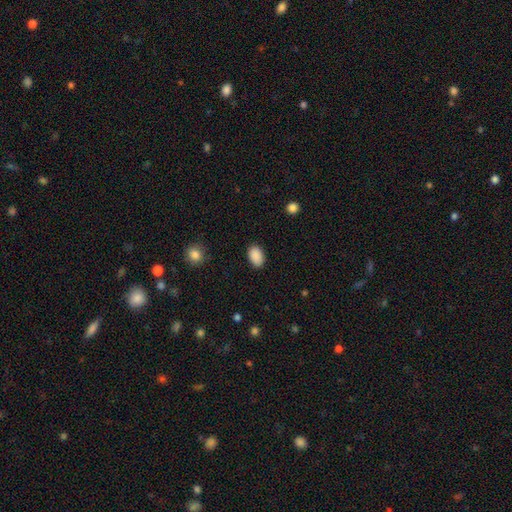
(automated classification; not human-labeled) A smooth galaxy with no disk features (90%) that is in between round and cigar-shaped (88%). Merging: none (88%).